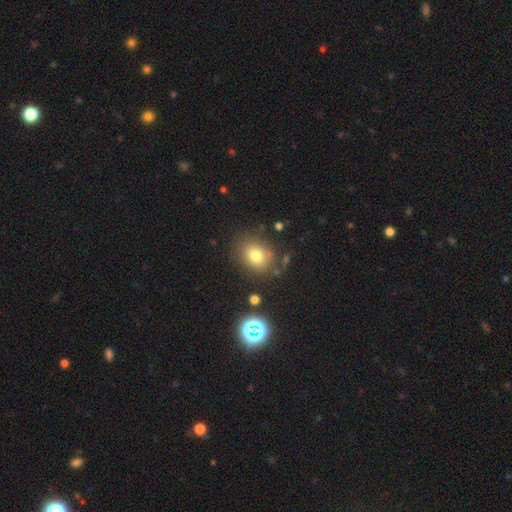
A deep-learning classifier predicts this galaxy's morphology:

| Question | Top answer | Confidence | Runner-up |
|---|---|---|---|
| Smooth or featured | smooth | 76% | star or artifact (13%) |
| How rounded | round | 53% | in between (46%) |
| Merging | none | 78% | minor disturbance (13%) |